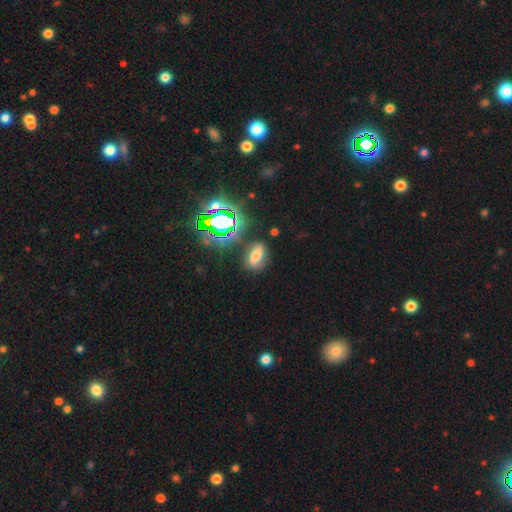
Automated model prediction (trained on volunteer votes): This appears to be a smooth galaxy with no disk features (48%). Merging: none (71%).